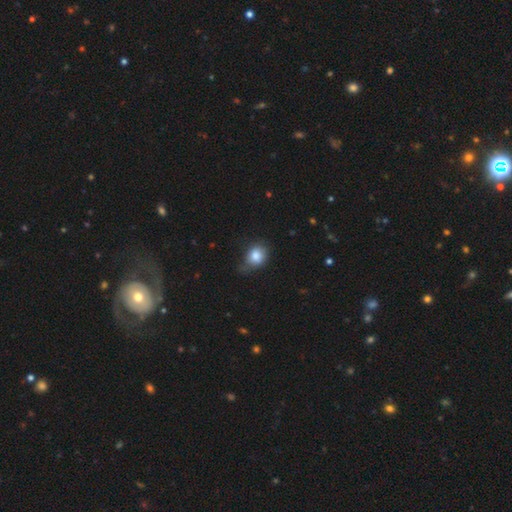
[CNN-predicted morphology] A smooth galaxy with no disk features (83%) that is round (55%). Merging: none (47%).